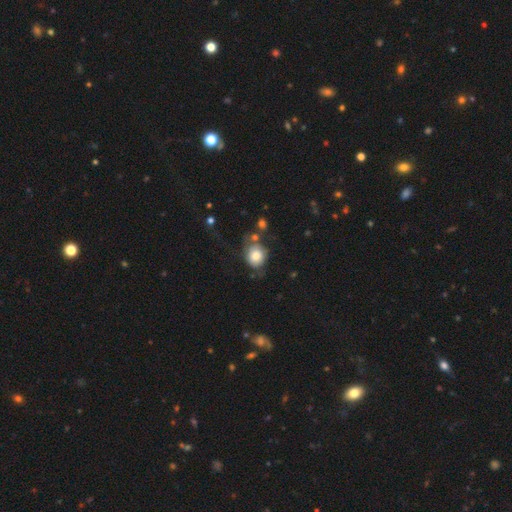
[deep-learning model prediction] A smooth galaxy with no disk features (74%) that is round (73%). Merging: none (53%).